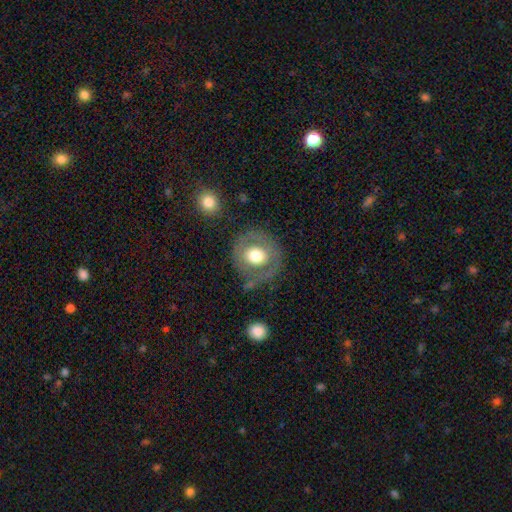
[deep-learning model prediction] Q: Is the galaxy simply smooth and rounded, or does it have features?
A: smooth — 53%.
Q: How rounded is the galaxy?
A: round — 87%.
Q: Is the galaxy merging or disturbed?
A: none — 72%.